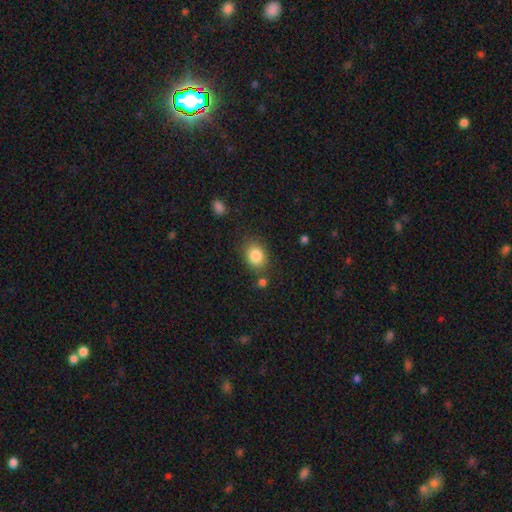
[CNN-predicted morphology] Smooth or featured? Predicted: smooth (p=0.85). How rounded? Predicted: in between (p=0.52). Merging? Predicted: none (p=0.78).